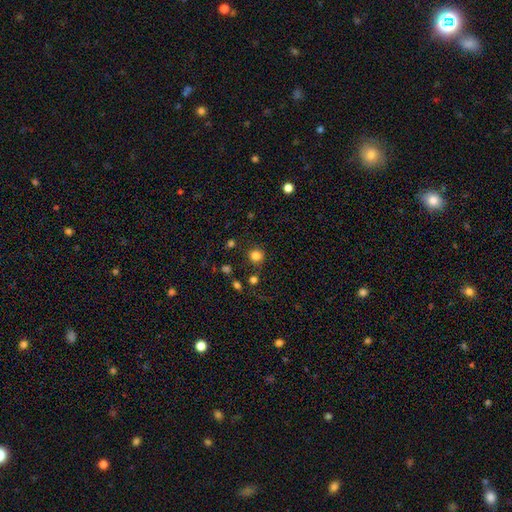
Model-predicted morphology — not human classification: Overall: smooth (82%). How rounded: round (93%). Merging: none (86%).